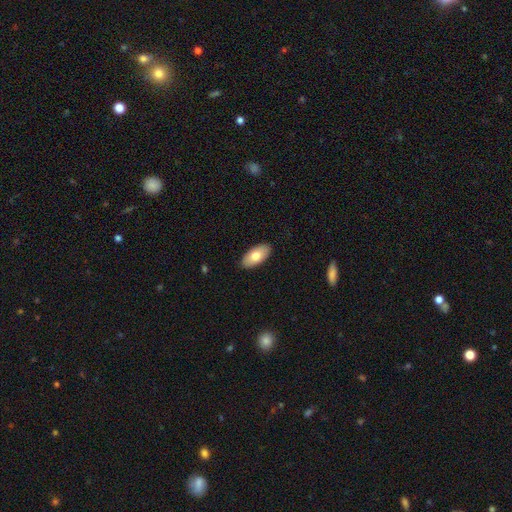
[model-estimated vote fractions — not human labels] This appears to be a smooth galaxy with no disk features (75%) that is in between round and cigar-shaped (95%). Merging: none (89%).